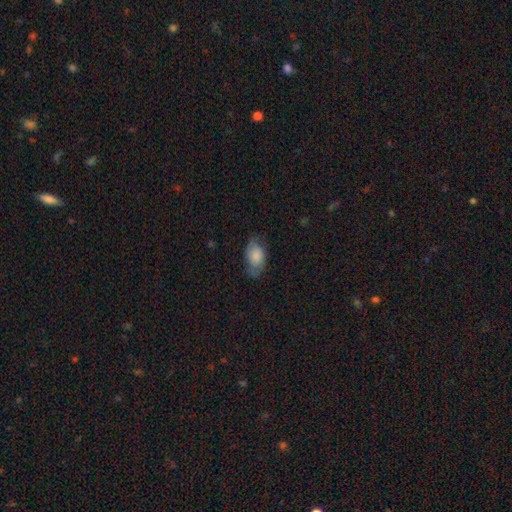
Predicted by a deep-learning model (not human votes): Smooth or featured? smooth (69%)
How rounded? in between (88%)
Merging? none (61%)